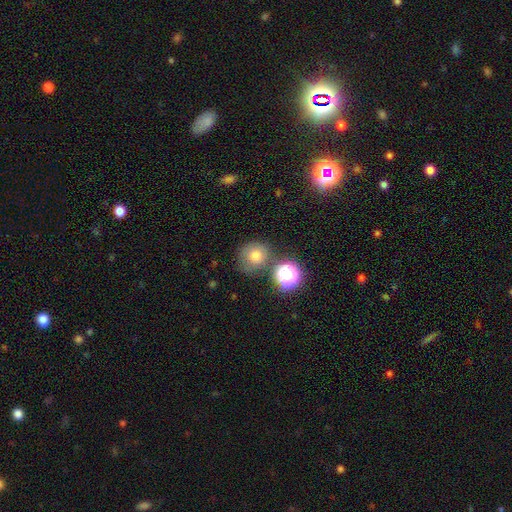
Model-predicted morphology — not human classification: Smooth or featured? smooth (73%)
How rounded? round (87%)
Merging? none (66%)